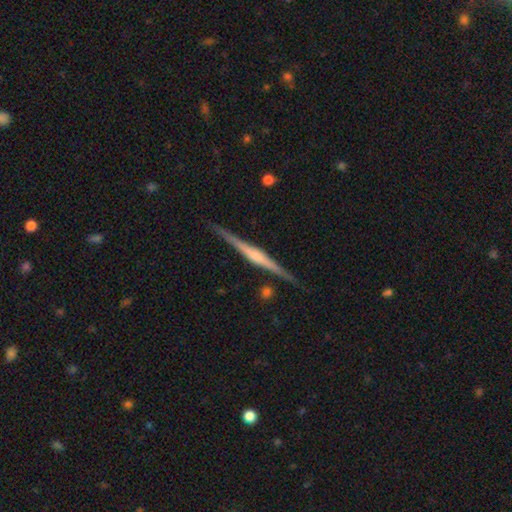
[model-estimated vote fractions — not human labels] Overall: featured or disk (83%). Edge-on disk: yes (99%). Edge-on bulge: rounded (68%). Merging: none (89%).